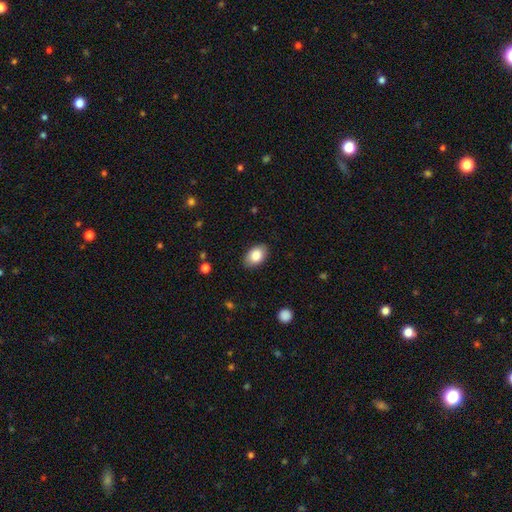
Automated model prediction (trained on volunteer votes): Morphology: type=smooth (85%); roundness=in between (89%); merging=none (86%).